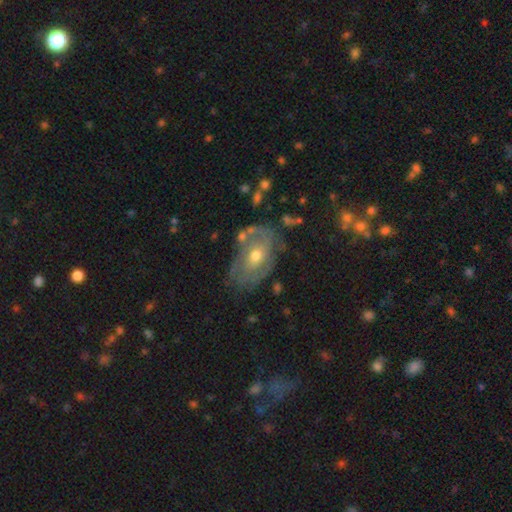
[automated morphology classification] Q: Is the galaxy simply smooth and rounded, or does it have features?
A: featured or disk — 62%.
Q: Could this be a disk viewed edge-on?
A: no — 94%.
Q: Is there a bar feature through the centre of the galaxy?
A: no — 75%.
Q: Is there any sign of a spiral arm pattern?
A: yes — 55%.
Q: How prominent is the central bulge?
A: moderate — 65%.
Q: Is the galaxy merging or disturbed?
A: none — 55%.